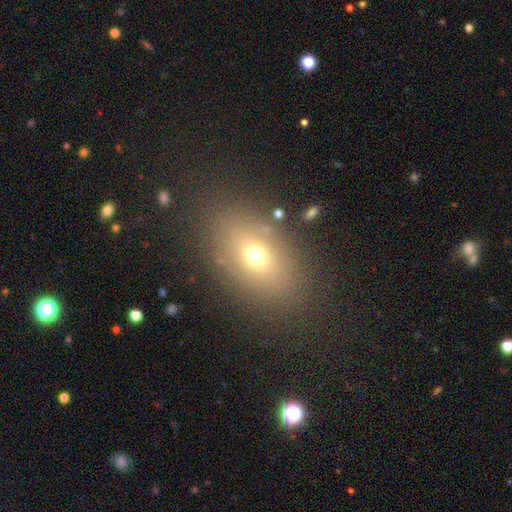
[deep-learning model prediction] Overall: smooth (67%). How rounded: in between (77%). Merging: none (80%).